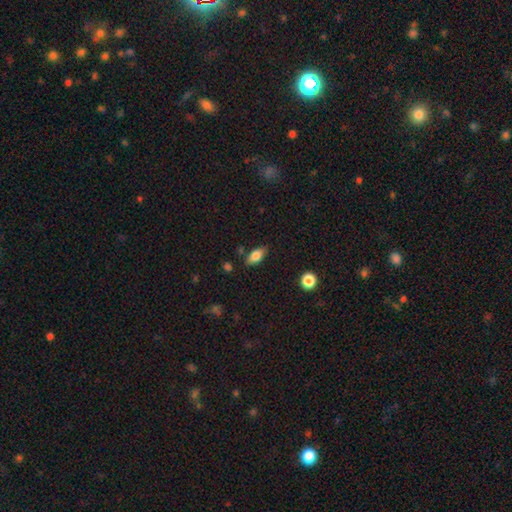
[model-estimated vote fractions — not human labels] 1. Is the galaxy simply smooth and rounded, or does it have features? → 77% smooth, 15% featured or disk, 8% star or artifact.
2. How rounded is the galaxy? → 85% in between, 10% cigar-shaped, 4% round.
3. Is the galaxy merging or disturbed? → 80% none, 14% minor disturbance, 3% merger, 3% major disturbance.